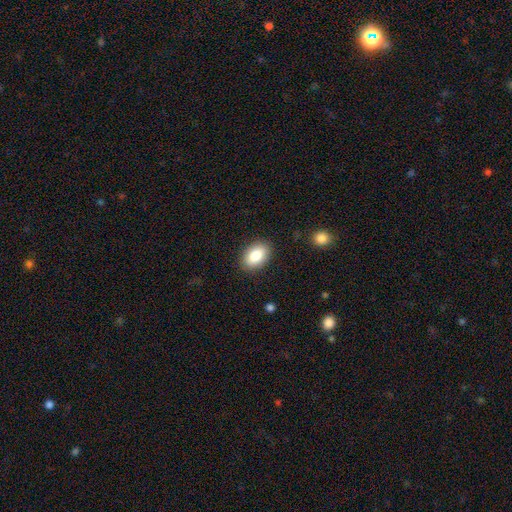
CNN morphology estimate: Smooth or featured? smooth (84%)
How rounded? in between (88%)
Merging? none (88%)